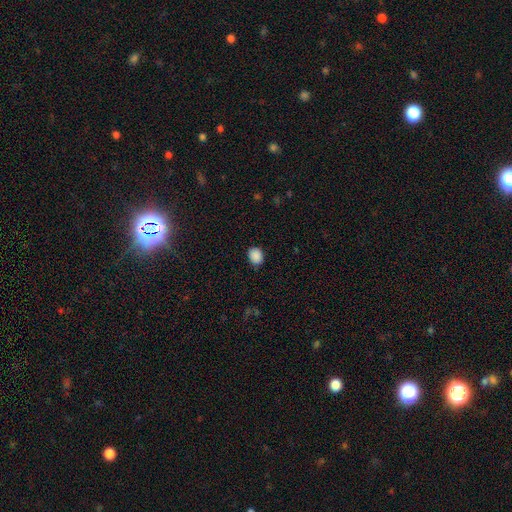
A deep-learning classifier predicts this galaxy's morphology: A smooth galaxy with no disk features (89%) that is in between round and cigar-shaped (52%).

Vote fractions:
- Smooth or featured? smooth: 89% / star or artifact: 8% / featured or disk: 3%
- How rounded? in between: 52% / round: 48% / cigar-shaped: 1%
- Merging? none: 83% / minor disturbance: 13% / major disturbance: 3% / merger: 1%